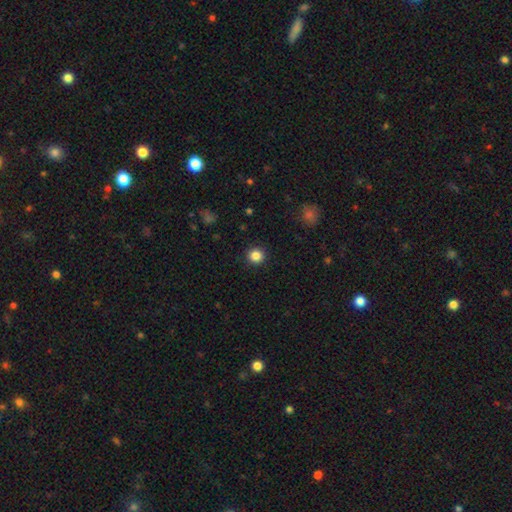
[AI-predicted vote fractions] This is clearly a smooth galaxy (85%). How rounded: clearly round (93%). Merging: clearly none (92%).